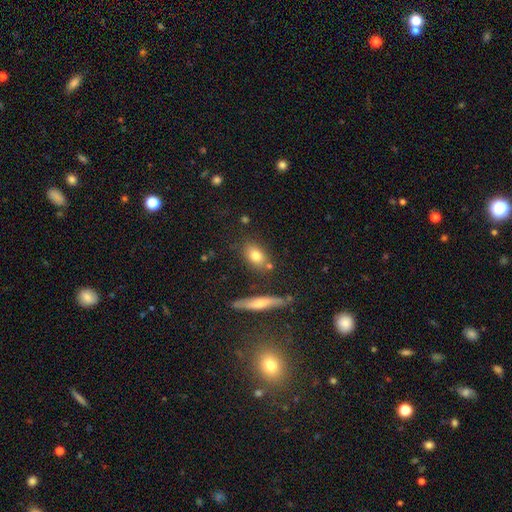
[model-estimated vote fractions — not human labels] smooth-or-featured: smooth: 78% | featured or disk: 14% | star or artifact: 9%
  how-rounded: in between: 71% | round: 21% | cigar-shaped: 9%
  merging: none: 74% | minor disturbance: 13% | merger: 9% | major disturbance: 4%